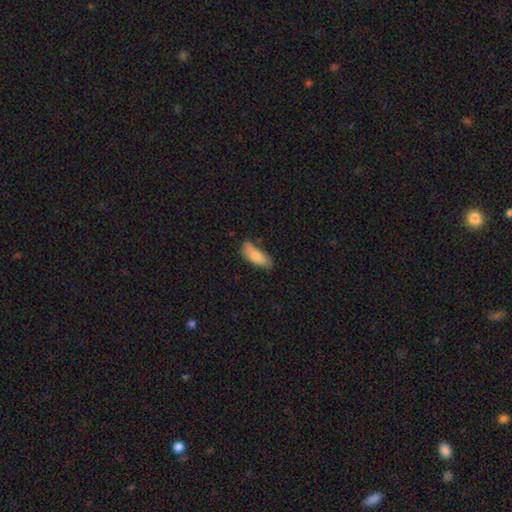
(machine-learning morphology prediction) Overall: smooth (79%). How rounded: in between (73%). Merging: none (57%; minor disturbance 29%).